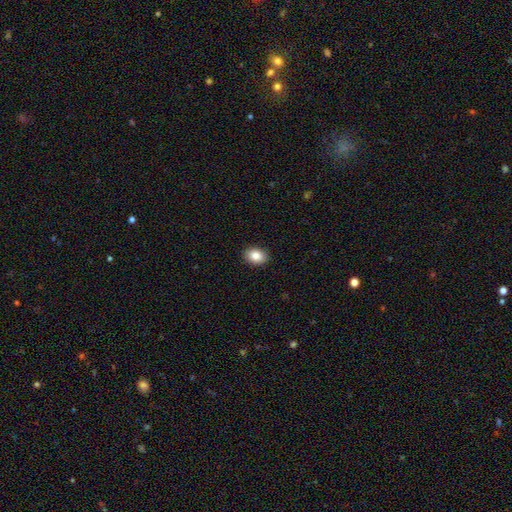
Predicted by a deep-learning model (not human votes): Smooth or featured?
  - smooth: 85% *
  - star or artifact: 8%
  - featured or disk: 7%
How rounded?
  - in between: 76% *
  - round: 23%
  - cigar-shaped: 1%
Merging?
  - none: 91% *
  - minor disturbance: 7%
  - major disturbance: 2%
  - merger: 1%